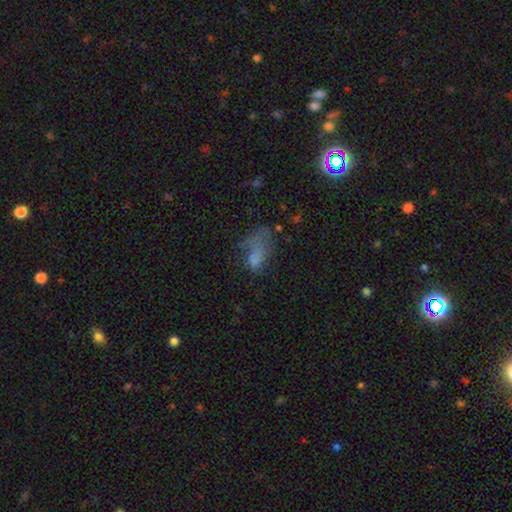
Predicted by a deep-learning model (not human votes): Smooth or featured? smooth (53%)
How rounded? in between (86%)
Merging? major disturbance (51%)